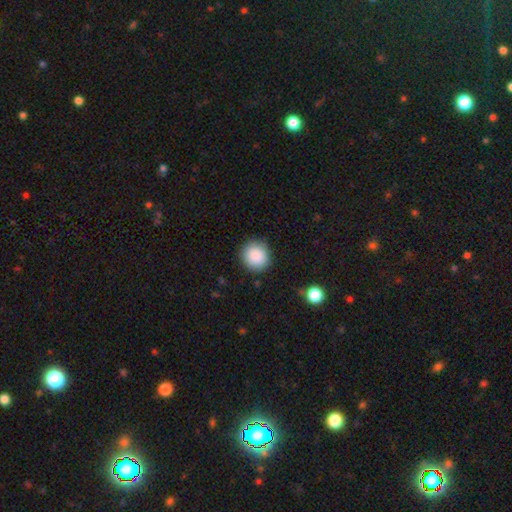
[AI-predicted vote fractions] smooth 88%, star or artifact 8%, featured or disk 4%. Down the decision tree: how rounded — round (91%); merging — none (88%).